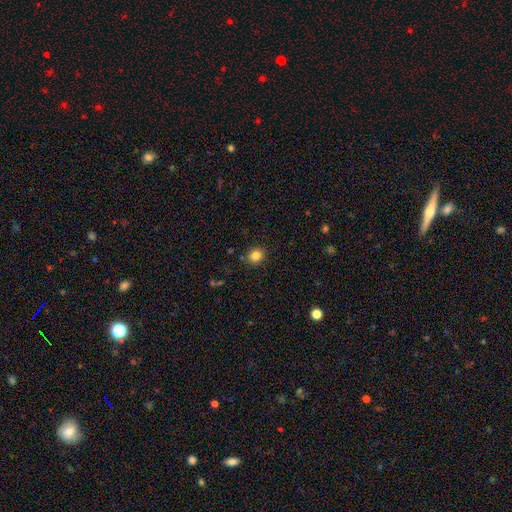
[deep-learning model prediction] The model was most divided on "how rounded": round: 64%, in between: 35%, cigar-shaped: 1%. More confident: merging — none (86%); smooth or featured — smooth (83%).